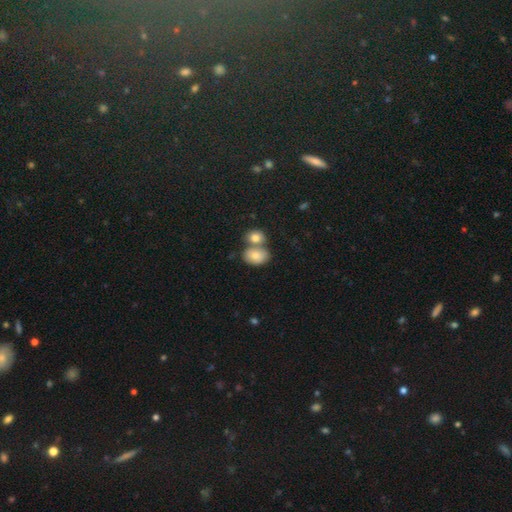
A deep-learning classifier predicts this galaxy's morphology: Smooth or featured? Predicted: smooth (p=0.82). How rounded? Predicted: in between (p=0.78). Merging? Predicted: merger (p=0.49).